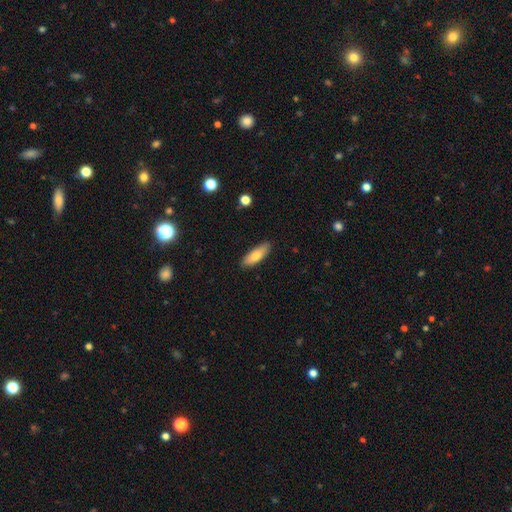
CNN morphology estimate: A smooth galaxy with no disk features (78%) that is in between round and cigar-shaped (61%). Merging: none (87%).